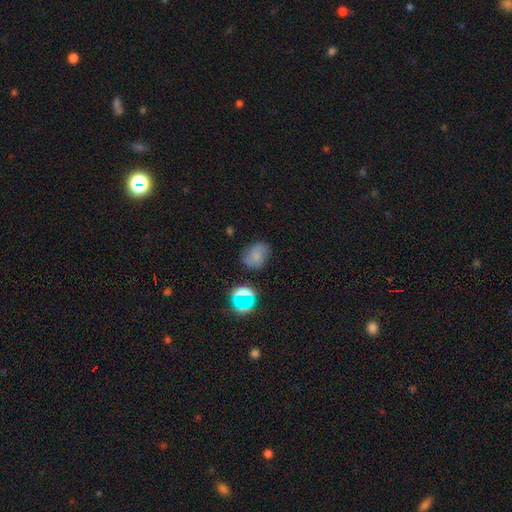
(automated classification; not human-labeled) Q: Smooth or featured?
A: smooth (56%); runner-up: featured or disk (26%)
Q: How rounded?
A: in between (51%); runner-up: round (48%)
Q: Merging?
A: none (67%); runner-up: minor disturbance (22%)